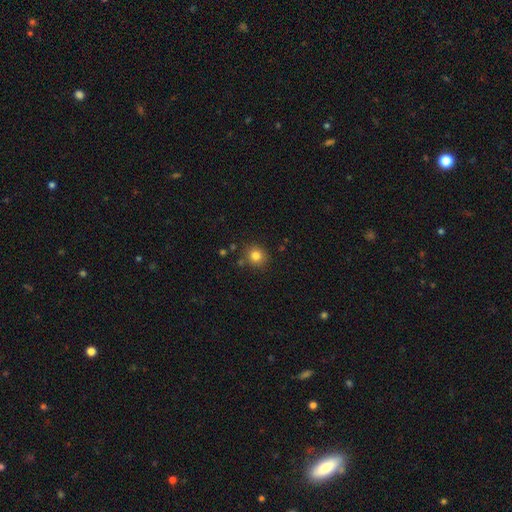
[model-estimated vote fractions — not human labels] A smooth galaxy with no disk features (82%) that is round (86%). Merging: none (84%).